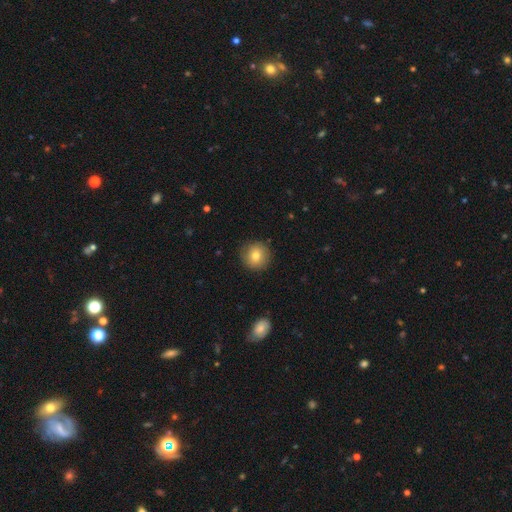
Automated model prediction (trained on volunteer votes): Smooth or featured? smooth (78%)
How rounded? round (93%)
Merging? none (88%)